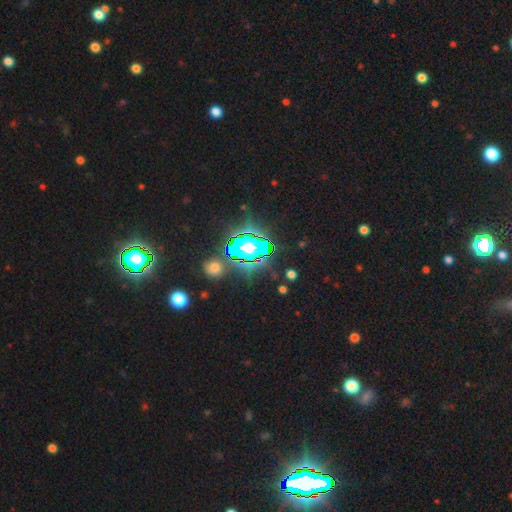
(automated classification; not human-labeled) star or artifact 70%, smooth 16%, featured or disk 14%.